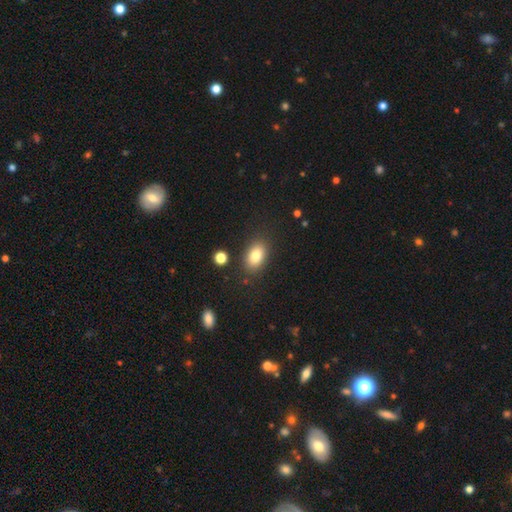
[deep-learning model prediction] Smooth or featured? smooth (81%)
How rounded? in between (84%)
Merging? none (84%)